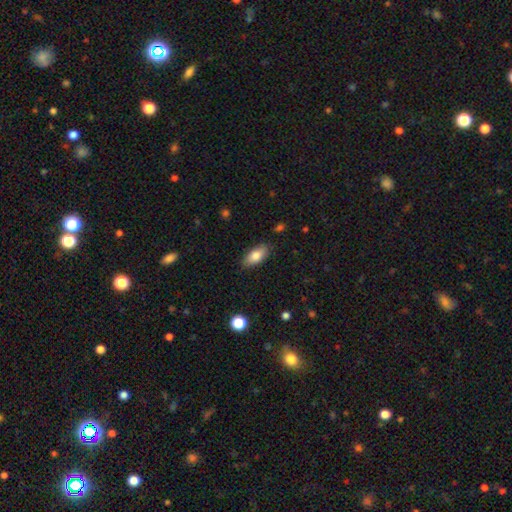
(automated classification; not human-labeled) This is clearly a smooth galaxy (81%). How rounded: clearly in between (88%). Merging: clearly none (84%).